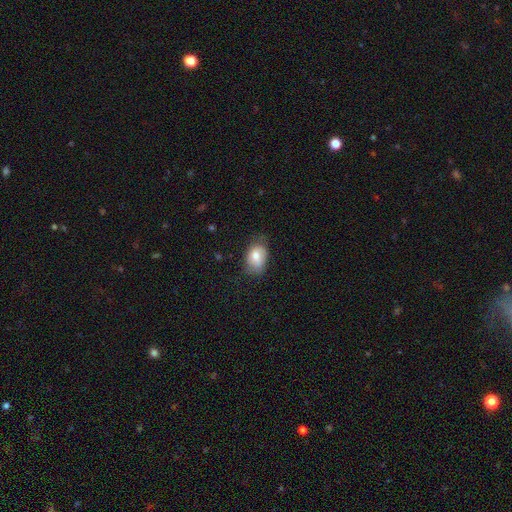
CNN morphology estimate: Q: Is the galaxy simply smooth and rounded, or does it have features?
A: smooth — 77%.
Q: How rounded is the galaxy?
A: in between — 78%.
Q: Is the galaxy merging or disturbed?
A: none — 60%.